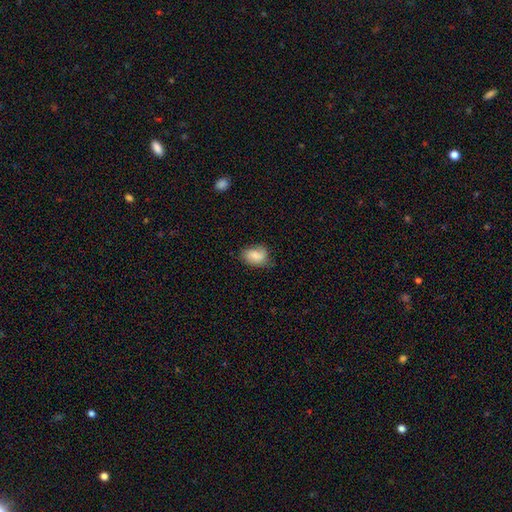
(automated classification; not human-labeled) smooth 78%, featured or disk 14%, star or artifact 8%. Down the decision tree: how rounded — in between (75%); merging — none (64%).